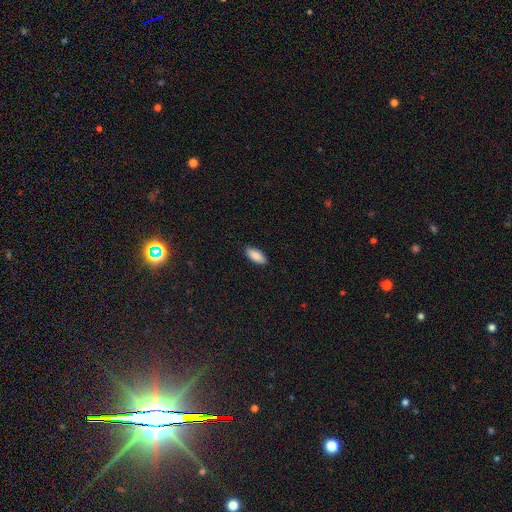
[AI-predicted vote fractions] smooth-or-featured: smooth: 88% | star or artifact: 6% | featured or disk: 5%
  how-rounded: in between: 86% | cigar-shaped: 13% | round: 2%
  merging: none: 90% | minor disturbance: 8% | major disturbance: 2% | merger: 1%